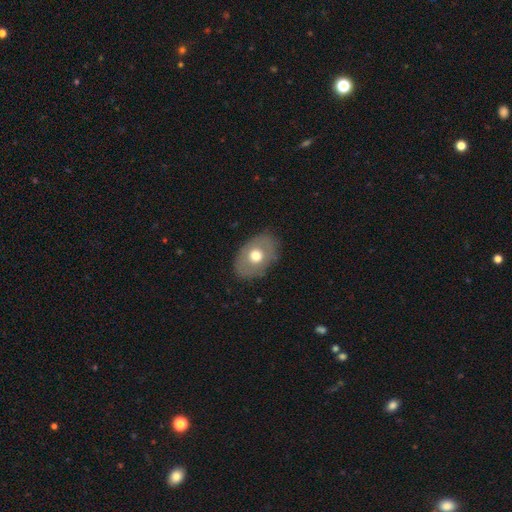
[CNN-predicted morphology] A smooth galaxy with no disk features (59%) that is in between round and cigar-shaped (75%). Merging: none (78%).